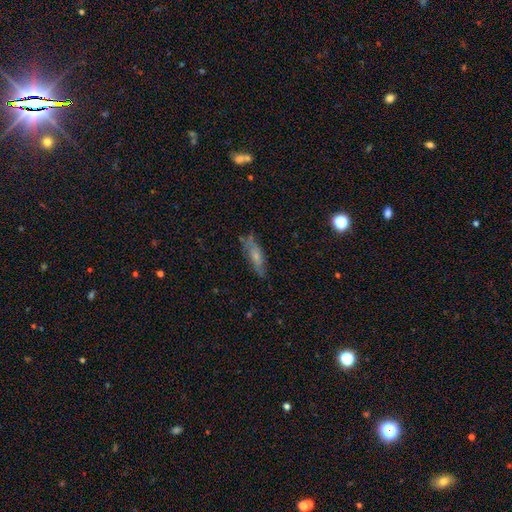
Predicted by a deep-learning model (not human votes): Smooth or featured? Predicted: smooth (p=0.55). How rounded? Predicted: in between (p=0.49). Merging? Predicted: none (p=0.63).